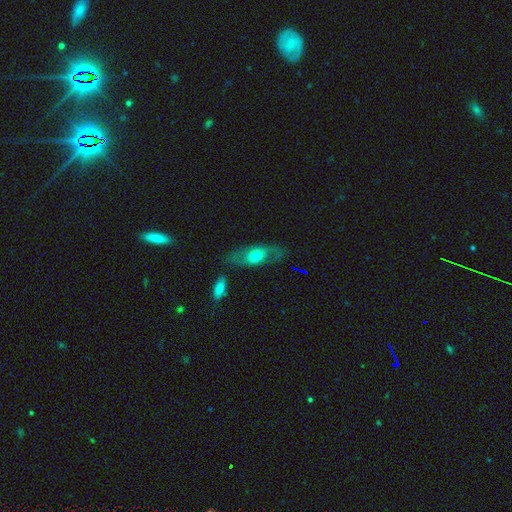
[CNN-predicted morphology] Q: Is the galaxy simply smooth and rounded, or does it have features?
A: featured or disk — 52%.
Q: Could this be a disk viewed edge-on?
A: no — 77%.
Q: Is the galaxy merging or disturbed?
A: none — 66%.